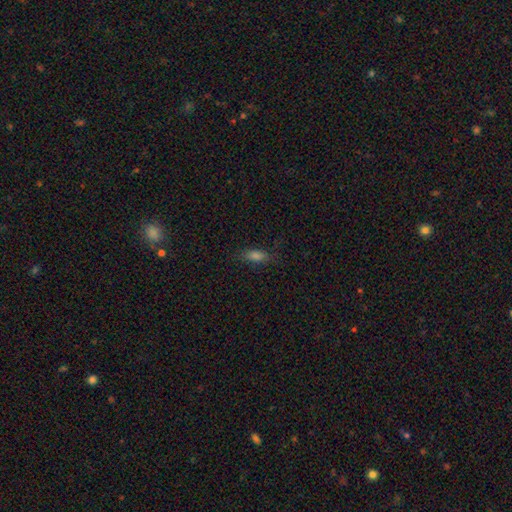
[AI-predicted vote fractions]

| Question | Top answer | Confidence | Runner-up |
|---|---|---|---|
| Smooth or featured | smooth | 72% | star or artifact (15%) |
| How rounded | in between | 70% | cigar-shaped (25%) |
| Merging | none | 79% | minor disturbance (16%) |